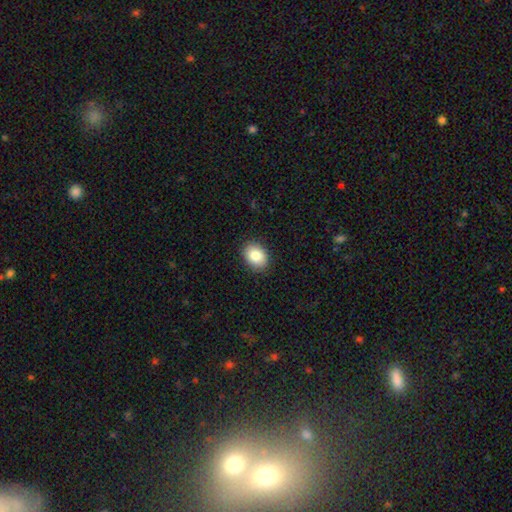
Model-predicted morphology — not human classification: A smooth galaxy with no disk features (85%) that is in between round and cigar-shaped (65%). Merging: none (89%).